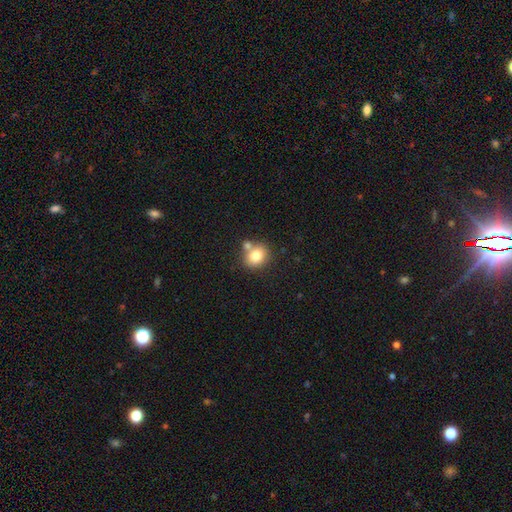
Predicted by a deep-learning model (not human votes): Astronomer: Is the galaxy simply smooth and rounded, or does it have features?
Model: smooth — 80%.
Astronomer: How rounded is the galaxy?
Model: round — 60% (runner-up: in between, 39%).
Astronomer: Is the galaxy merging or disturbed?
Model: none — 60%.